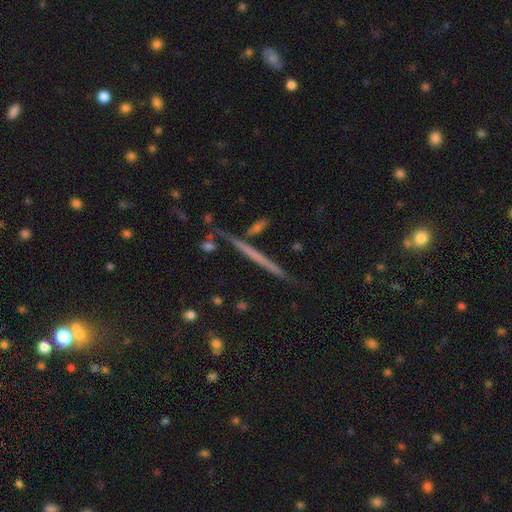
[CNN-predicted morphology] The model was most divided on "smooth or featured": featured or disk: 59%, smooth: 32%, star or artifact: 8%. More confident: edge-on disk — yes (97%); merging — none (87%); edge-on bulge — none (85%).